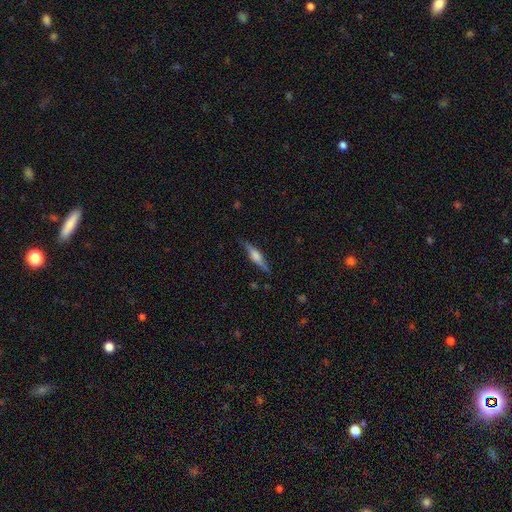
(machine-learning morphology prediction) Smooth or featured: featured or disk — 64% (smooth — 30%)
Edge-on disk: yes — 96% (no — 4%)
Edge-on bulge: rounded — 76% (boxy — 19%)
Merging: none — 84% (minor disturbance — 12%)